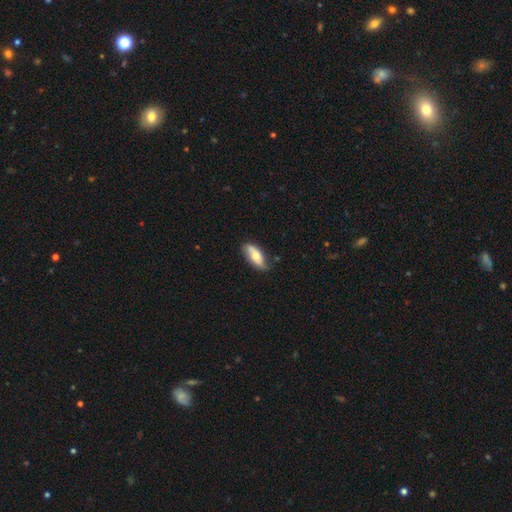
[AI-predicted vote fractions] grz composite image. It shows a smooth galaxy with no disk features (52%) that is in between round and cigar-shaped (77%). Merging: none (71%).